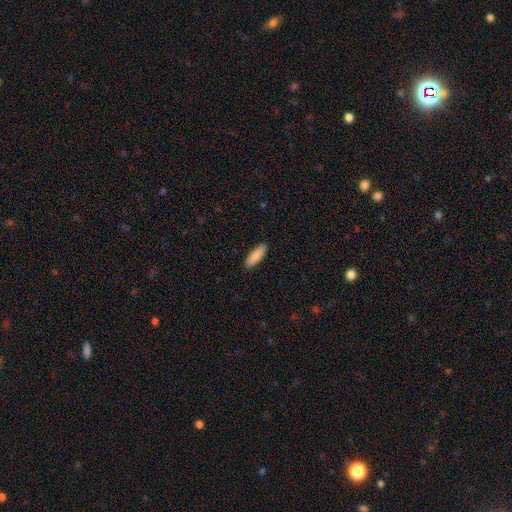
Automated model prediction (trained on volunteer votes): smooth-or-featured: smooth: 88% | featured or disk: 6% | star or artifact: 5%
  how-rounded: cigar-shaped: 53% | in between: 46% | round: 1%
  merging: none: 90% | minor disturbance: 7% | major disturbance: 2% | merger: 1%